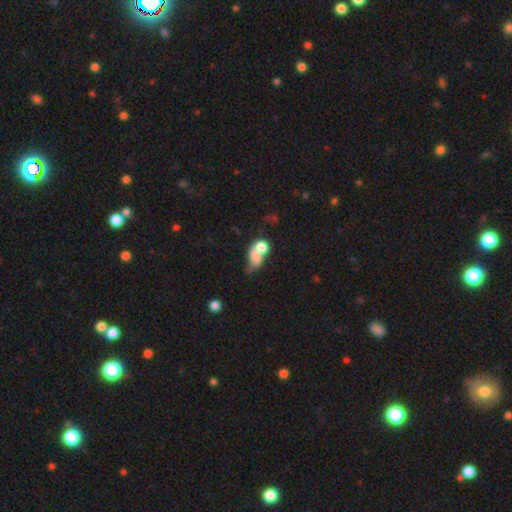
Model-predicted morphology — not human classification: This is likely a smooth galaxy (67%). How rounded: likely in between (64%). Merging: possibly merger (60%).